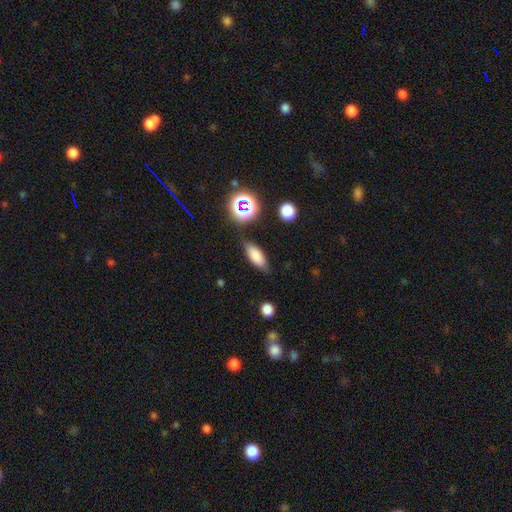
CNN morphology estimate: Q: Smooth or featured?
A: smooth (79%); runner-up: star or artifact (11%)
Q: How rounded?
A: in between (76%); runner-up: cigar-shaped (20%)
Q: Merging?
A: none (80%); runner-up: minor disturbance (14%)